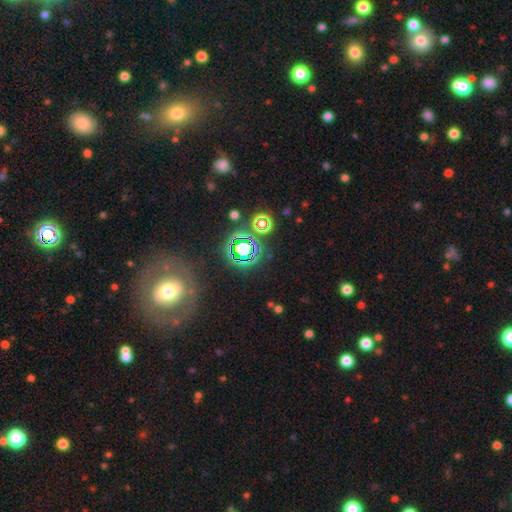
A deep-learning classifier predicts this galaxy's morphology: smooth-or-featured: star or artifact: 43% | smooth: 32% | featured or disk: 24%